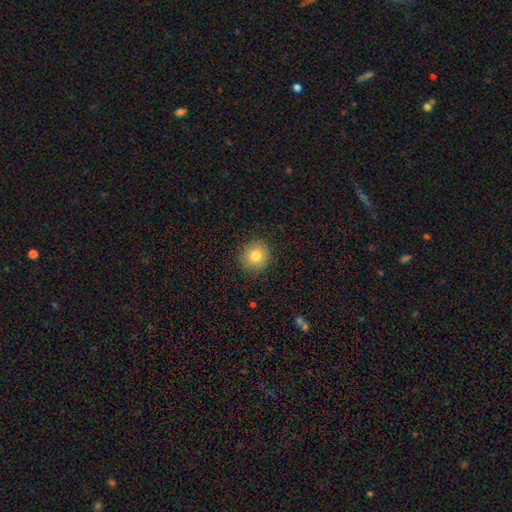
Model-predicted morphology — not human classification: Smooth or featured? Predicted: smooth (p=0.80). How rounded? Predicted: round (p=0.87). Merging? Predicted: none (p=0.89).